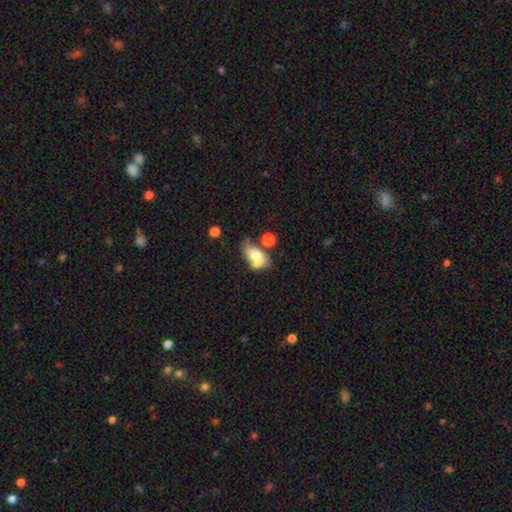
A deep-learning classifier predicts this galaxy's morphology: A smooth galaxy with no disk features (66%) that is in between round and cigar-shaped (84%).

Vote fractions:
- Smooth or featured? smooth: 66% / featured or disk: 25% / star or artifact: 9%
- How rounded? in between: 84% / round: 13% / cigar-shaped: 3%
- Merging? merger: 38% / none: 32% / minor disturbance: 19% / major disturbance: 12%